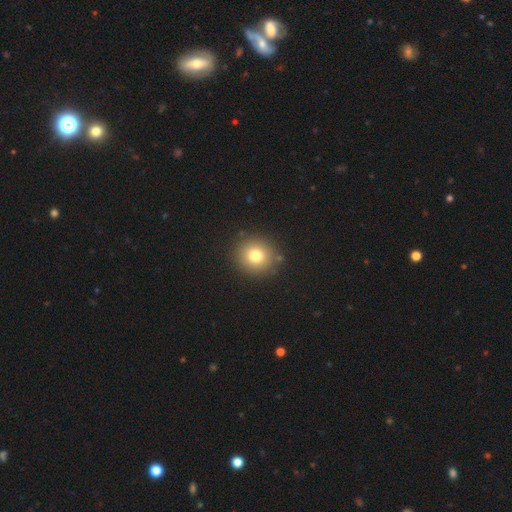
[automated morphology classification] Smooth or featured?
  - smooth: 77% *
  - star or artifact: 12%
  - featured or disk: 10%
How rounded?
  - round: 89% *
  - in between: 10%
  - cigar-shaped: 1%
Merging?
  - none: 88% *
  - minor disturbance: 7%
  - major disturbance: 2%
  - merger: 2%